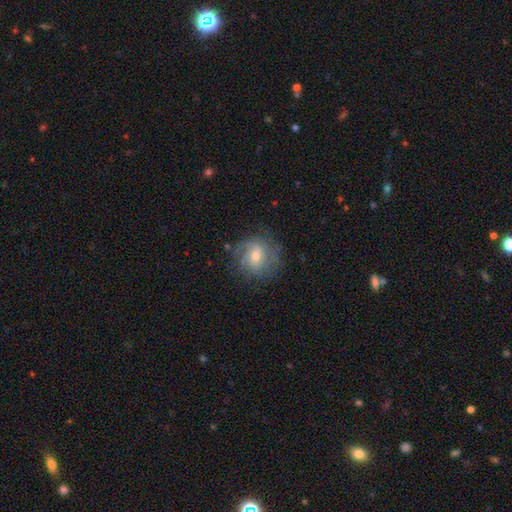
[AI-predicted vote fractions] This appears to be a featured or disk galaxy (70%) with no bar (47%), tight (46%) spiral arms (88%) and a moderate central bulge (54%). Merging: none (72%).